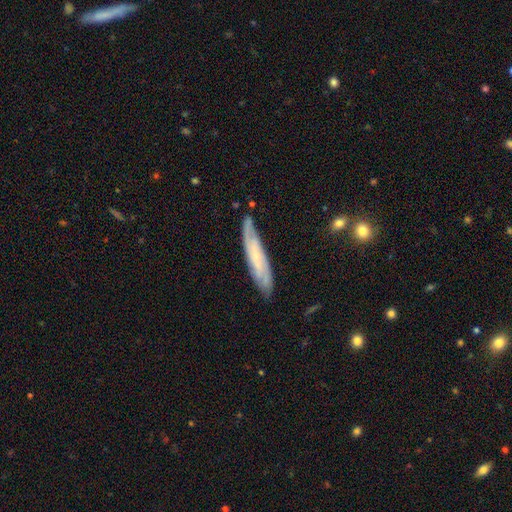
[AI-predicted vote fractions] Q: Smooth or featured?
A: featured or disk (63%); runner-up: smooth (30%)
Q: Edge-on disk?
A: no (57%); runner-up: yes (43%)
Q: Merging?
A: none (79%); runner-up: minor disturbance (16%)